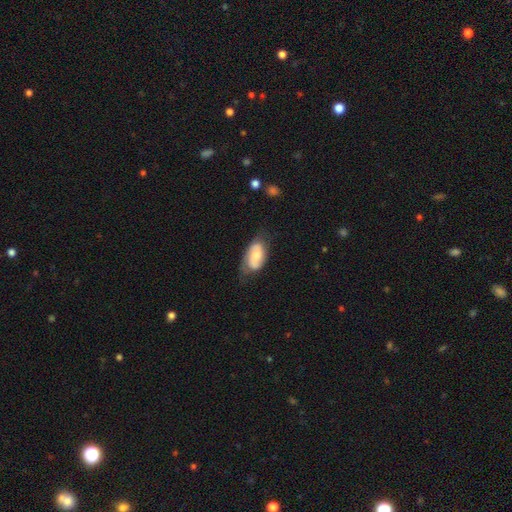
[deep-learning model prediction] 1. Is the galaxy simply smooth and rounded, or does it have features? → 49% featured or disk, 45% smooth, 7% star or artifact.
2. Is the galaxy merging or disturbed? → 57% none, 30% minor disturbance, 10% major disturbance, 2% merger.